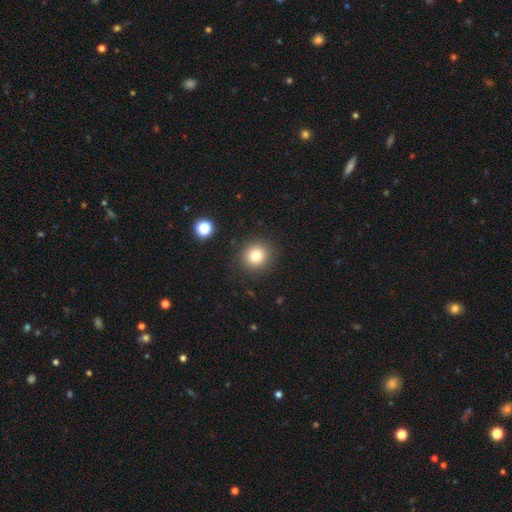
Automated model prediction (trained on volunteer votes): The model was most divided on "smooth or featured": smooth: 80%, star or artifact: 12%, featured or disk: 8%. More confident: how rounded — round (91%); merging — none (89%).